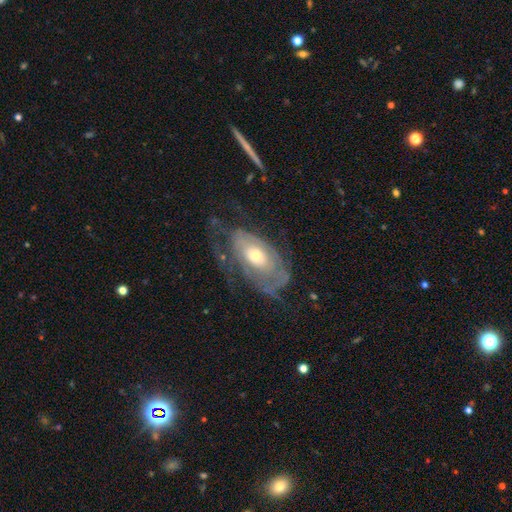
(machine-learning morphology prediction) smooth-or-featured: featured or disk: 75% | smooth: 18% | star or artifact: 6%
  disk-edge-on: no: 93% | yes: 7%
    bar: no: 77% | weak: 18% | strong: 4%
    has-spiral-arms: yes: 75% | no: 25%
      spiral-winding: tight: 59% | medium: 27% | loose: 14%
      spiral-arm-count: can't tell: 50% | 2: 24% | 1: 11% | 3: 8% | 4: 4% | more than 4: 3%
    bulge-size: moderate: 61% | small: 28% | large: 8% | dominant: 1% | none: 1%
  merging: none: 50% | major disturbance: 26% | minor disturbance: 22% | merger: 2%